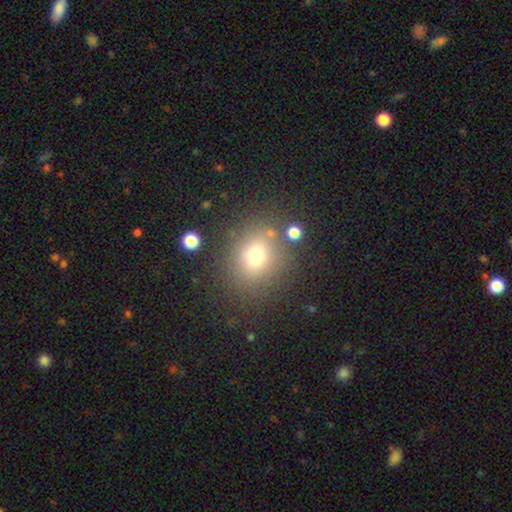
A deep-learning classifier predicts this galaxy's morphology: Overall: smooth (72%). How rounded: round (72%). Merging: none (77%).